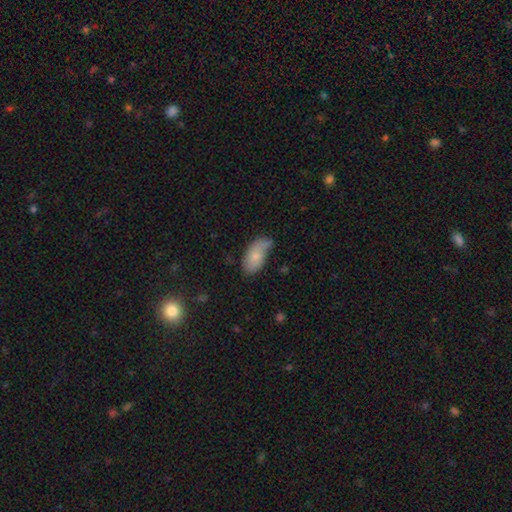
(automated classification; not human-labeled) The model was most divided on "merging": none: 45%, minor disturbance: 34%, major disturbance: 13%, merger: 8%. More confident: how rounded — in between (93%); smooth or featured — smooth (72%).